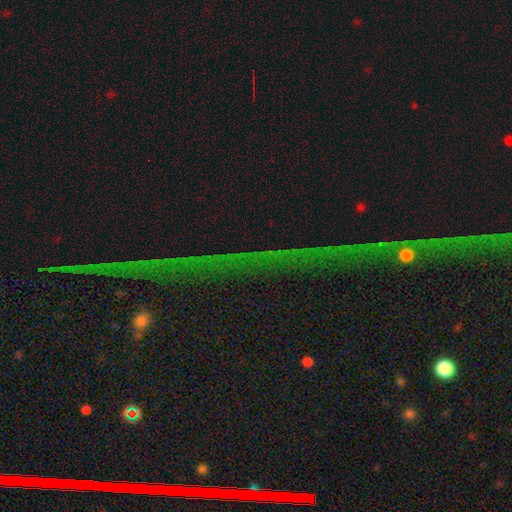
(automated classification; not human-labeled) This is clearly a star or artifact rather than a galaxy (83%).